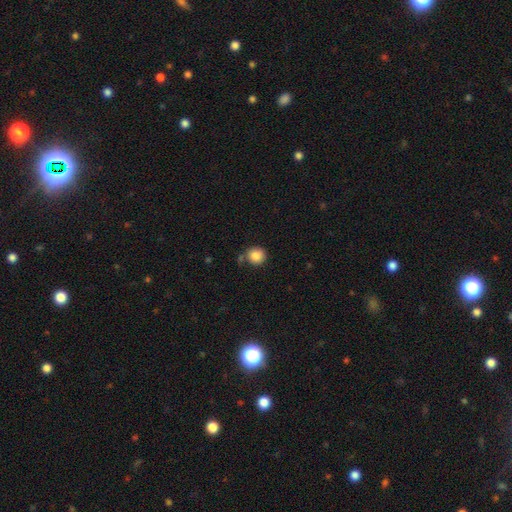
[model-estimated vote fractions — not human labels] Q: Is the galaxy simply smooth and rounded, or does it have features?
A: smooth — 86%.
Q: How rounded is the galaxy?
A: round — 91%.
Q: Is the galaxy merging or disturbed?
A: none — 70%.